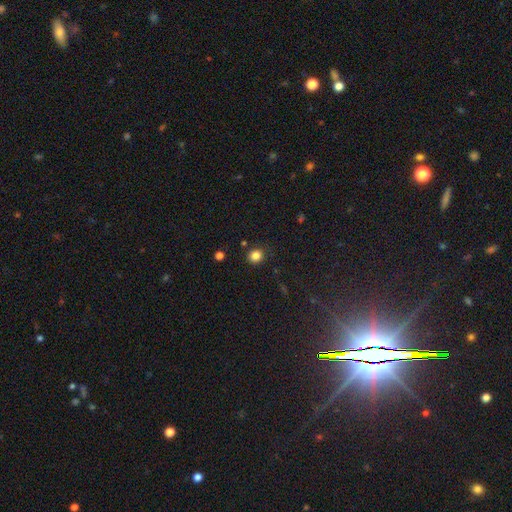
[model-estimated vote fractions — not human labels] Smooth or featured? Predicted: smooth (p=0.83). How rounded? Predicted: round (p=0.82). Merging? Predicted: none (p=0.87).